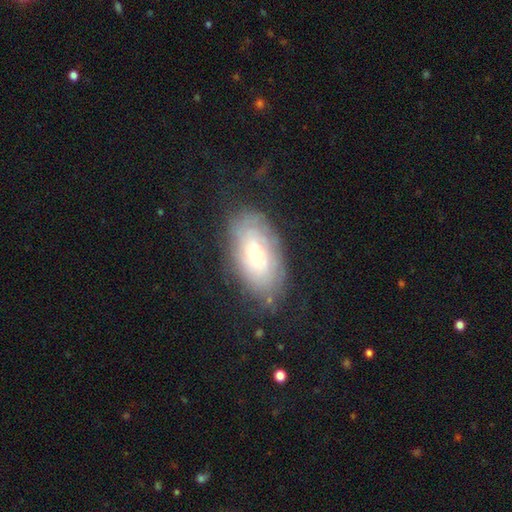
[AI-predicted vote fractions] The model was most divided on "smooth or featured": featured or disk: 49%, smooth: 42%, star or artifact: 9%. More confident: merging — none (72%).